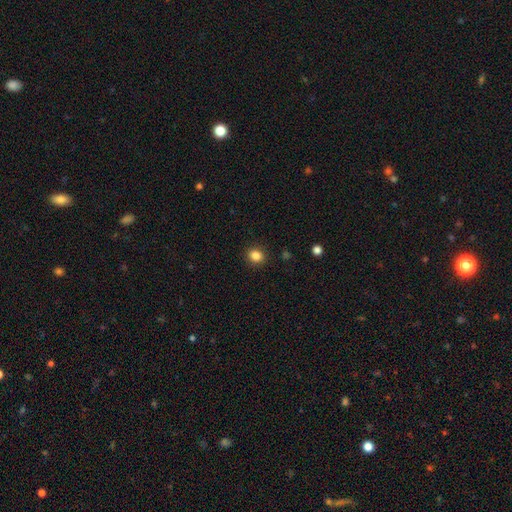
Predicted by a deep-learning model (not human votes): This is clearly a smooth galaxy (85%). How rounded: likely round (65%). Merging: clearly none (90%).